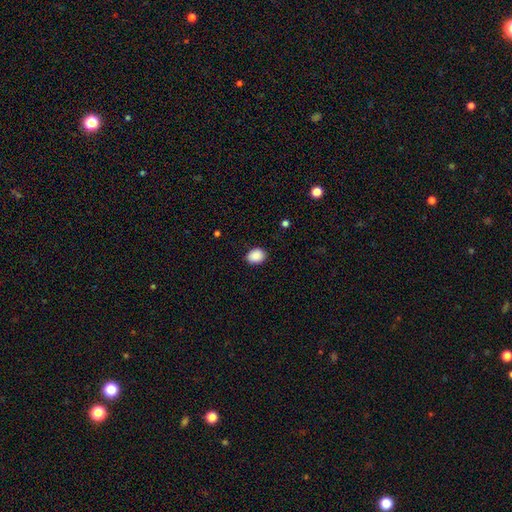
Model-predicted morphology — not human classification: Smooth or featured: smooth — 89% (star or artifact — 8%)
How rounded: in between — 57% (round — 42%)
Merging: none — 86% (minor disturbance — 10%)